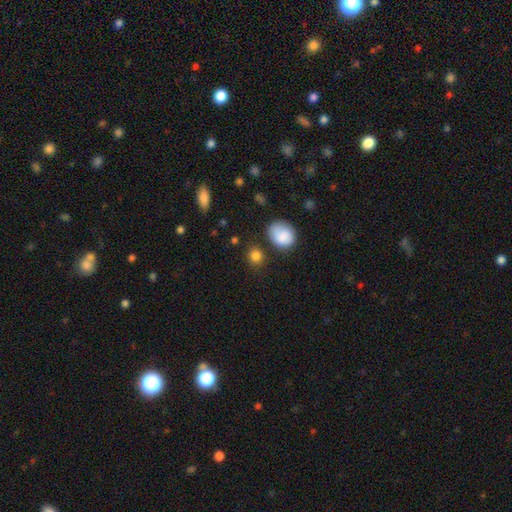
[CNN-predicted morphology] Smooth or featured: smooth — 84% (star or artifact — 11%)
How rounded: round — 72% (in between — 26%)
Merging: none — 77% (minor disturbance — 13%)